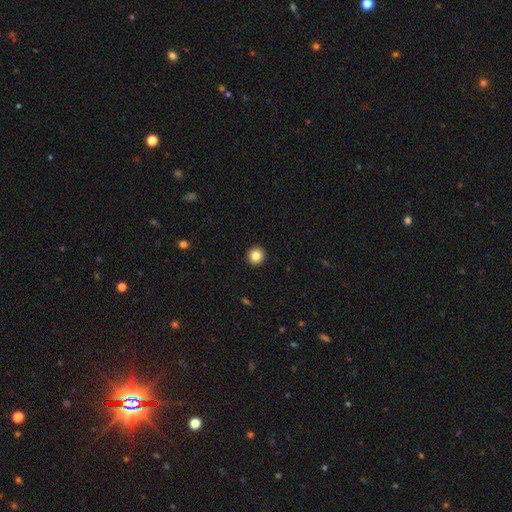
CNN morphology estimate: The model was most divided on "smooth or featured": smooth: 83%, star or artifact: 10%, featured or disk: 6%. More confident: how rounded — round (94%); merging — none (94%).